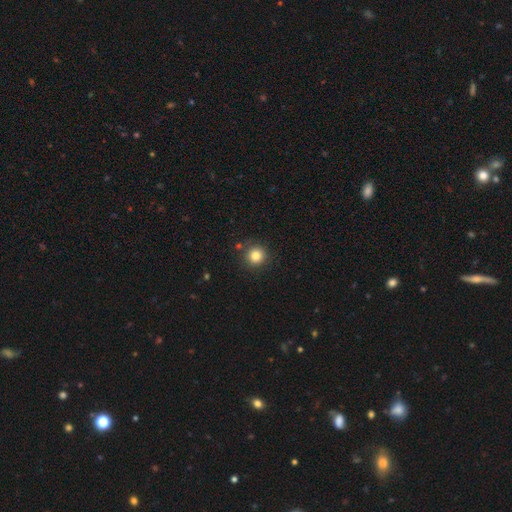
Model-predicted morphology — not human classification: smooth-or-featured: smooth: 83% | star or artifact: 11% | featured or disk: 6%
  how-rounded: round: 93% | in between: 6% | cigar-shaped: 1%
  merging: none: 85% | minor disturbance: 8% | merger: 4% | major disturbance: 3%